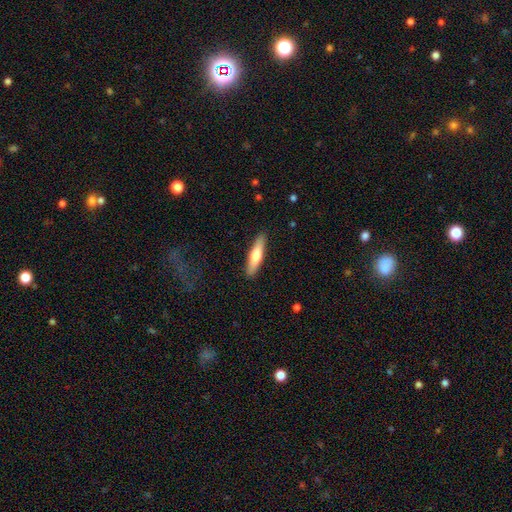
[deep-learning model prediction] Overall: smooth (64%; featured or disk 30%). How rounded: cigar-shaped (79%). Merging: none (89%).